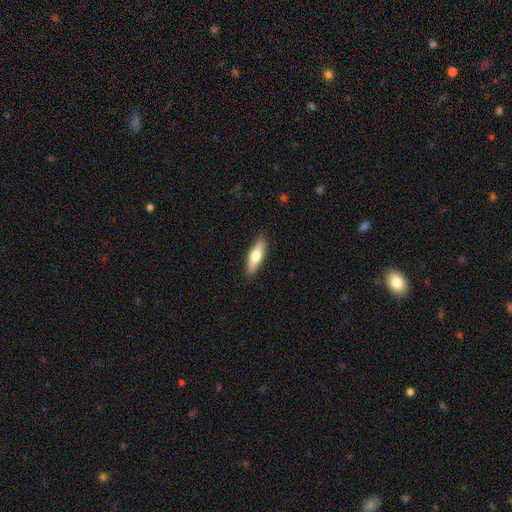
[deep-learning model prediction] Smooth or featured? smooth (60%)
How rounded? cigar-shaped (58%)
Merging? none (90%)